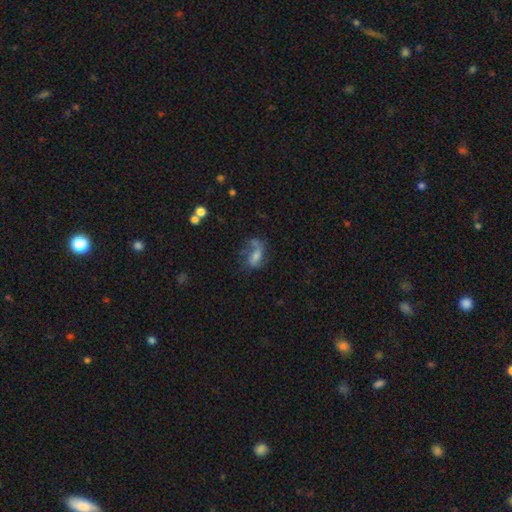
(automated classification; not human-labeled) Overall: smooth (43%; featured or disk 42%). Merging: none (37%; major disturbance 28%).